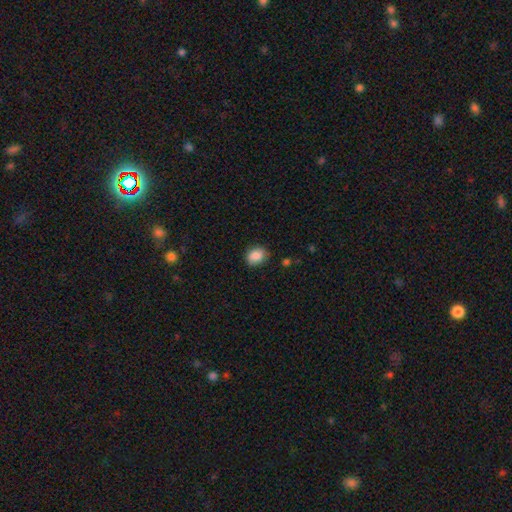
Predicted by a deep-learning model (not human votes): A smooth galaxy with no disk features (87%) that is in between round and cigar-shaped (56%). Merging: none (80%).